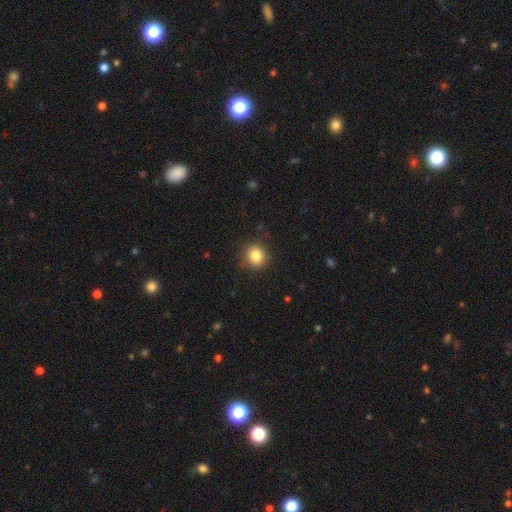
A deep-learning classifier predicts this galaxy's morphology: Smooth or featured? Predicted: smooth (p=0.84). How rounded? Predicted: round (p=0.87). Merging? Predicted: none (p=0.88).